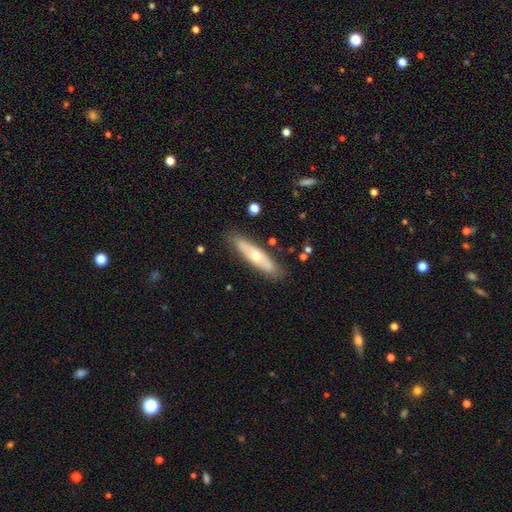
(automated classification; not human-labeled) The model was most divided on "smooth or featured": featured or disk: 50%, smooth: 45%, star or artifact: 6%. More confident: merging — none (84%).